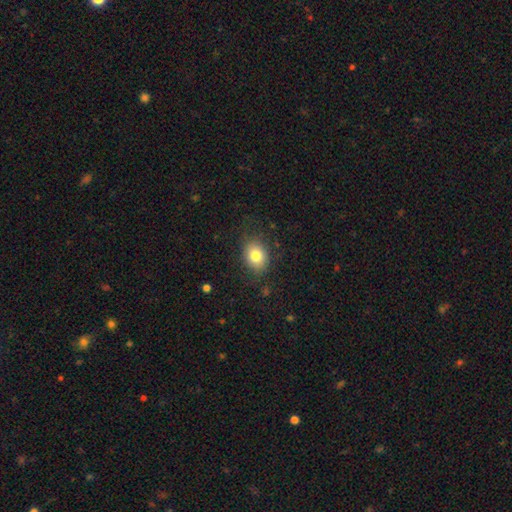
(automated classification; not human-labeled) Overall: smooth (80%). How rounded: in between (52%; round 47%). Merging: none (79%).